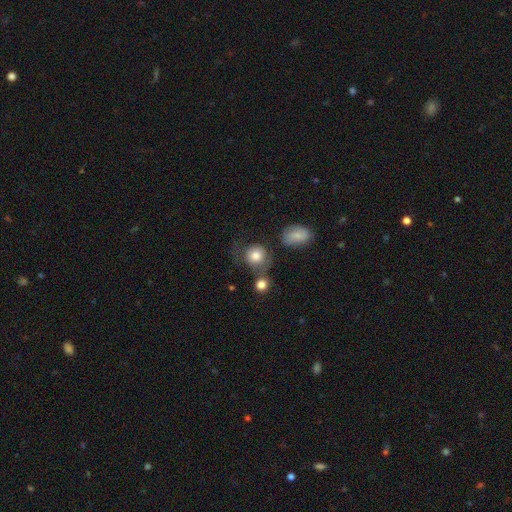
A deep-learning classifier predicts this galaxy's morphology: type=smooth (79%); roundness=round (82%); merging=none (47%).